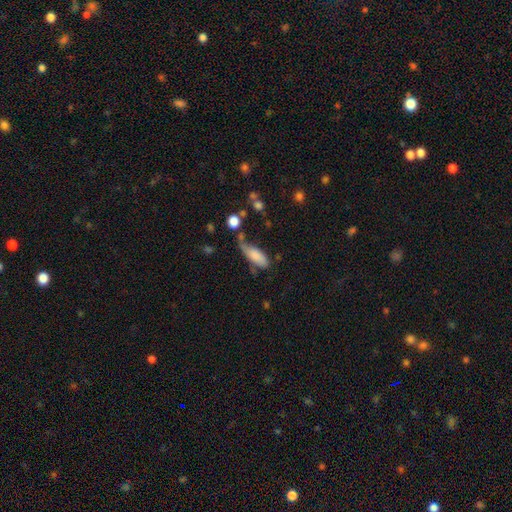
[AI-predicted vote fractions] The model was most divided on "merging": none: 38%, minor disturbance: 32%, major disturbance: 19%, merger: 12%. More confident: smooth or featured — smooth (79%); how rounded — in between (74%).